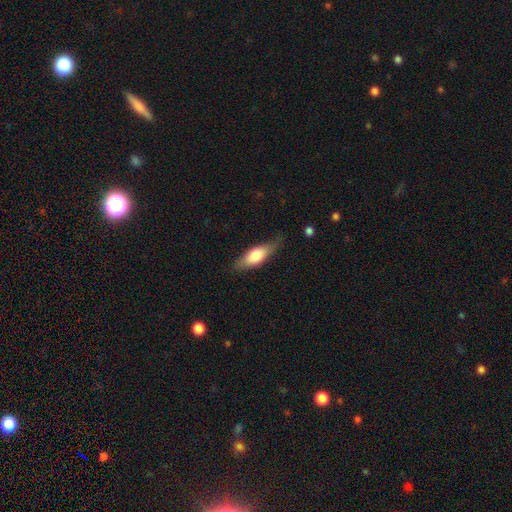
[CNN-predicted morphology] This is likely a smooth galaxy (67%). How rounded: likely in between (67%). Merging: likely none (70%).